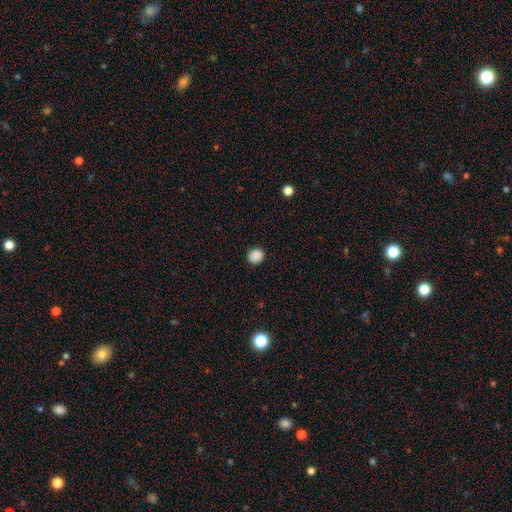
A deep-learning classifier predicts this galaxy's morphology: smooth_or_featured: smooth (p=0.88) [alt: star or artifact p=0.10]
how_rounded: round (p=0.89) [alt: in between p=0.10]
merging: none (p=0.90) [alt: minor disturbance p=0.07]